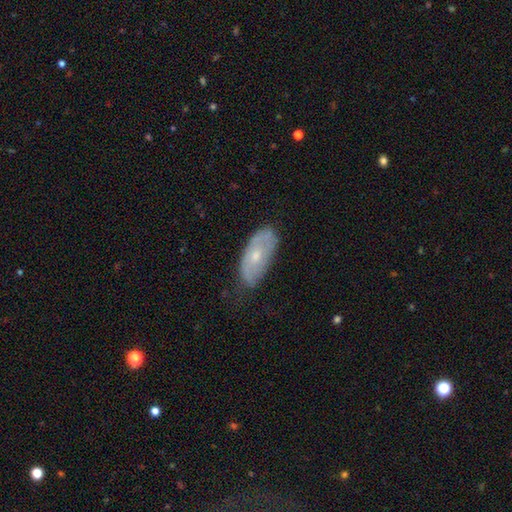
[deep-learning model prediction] The model was most divided on "smooth or featured": featured or disk: 47%, smooth: 46%, star or artifact: 7%. More confident: merging — none (61%).